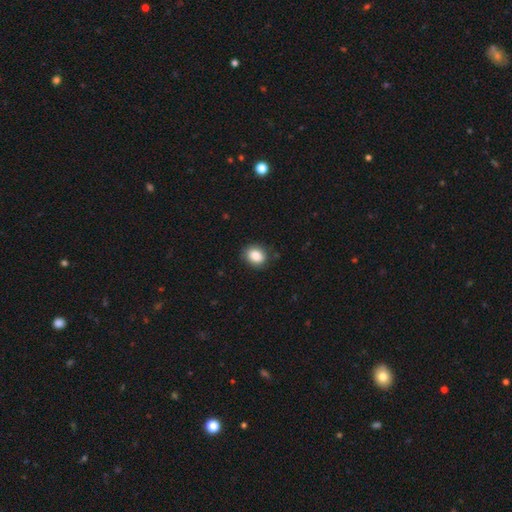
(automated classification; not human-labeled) A smooth galaxy with no disk features (86%) that is in between round and cigar-shaped (54%).

Vote fractions:
- Smooth or featured? smooth: 86% / star or artifact: 8% / featured or disk: 6%
- How rounded? in between: 54% / round: 45% / cigar-shaped: 1%
- Merging? none: 80% / minor disturbance: 15% / major disturbance: 4% / merger: 1%